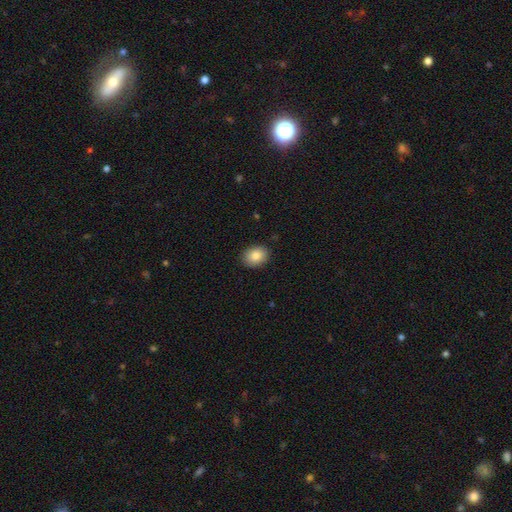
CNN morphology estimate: This is clearly a smooth galaxy (86%). How rounded: likely in between (62%). Merging: clearly none (89%).